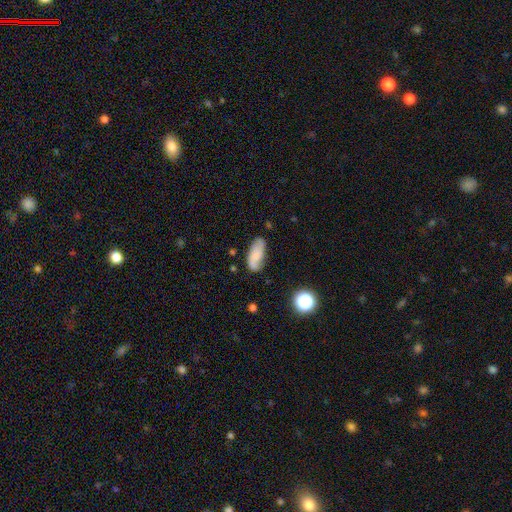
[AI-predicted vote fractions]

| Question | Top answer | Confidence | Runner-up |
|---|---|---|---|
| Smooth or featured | smooth | 65% | featured or disk (26%) |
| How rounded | in between | 84% | cigar-shaped (13%) |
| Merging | none | 67% | minor disturbance (23%) |